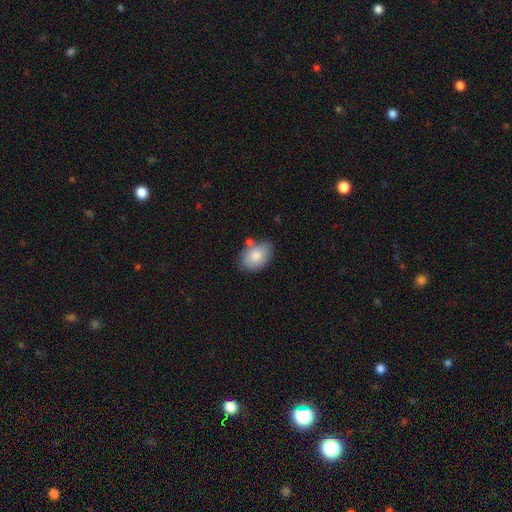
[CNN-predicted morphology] This is clearly a smooth galaxy (82%). How rounded: clearly in between (81%). Merging: likely none (67%).